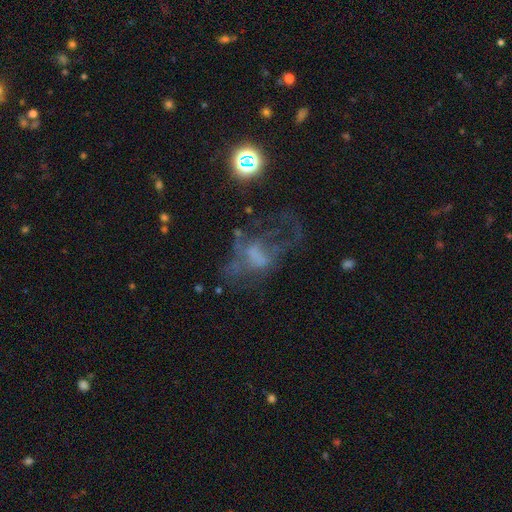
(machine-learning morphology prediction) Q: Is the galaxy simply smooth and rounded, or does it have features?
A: featured or disk — 52%.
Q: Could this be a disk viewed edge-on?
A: no — 96%.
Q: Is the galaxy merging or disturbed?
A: major disturbance — 49%.